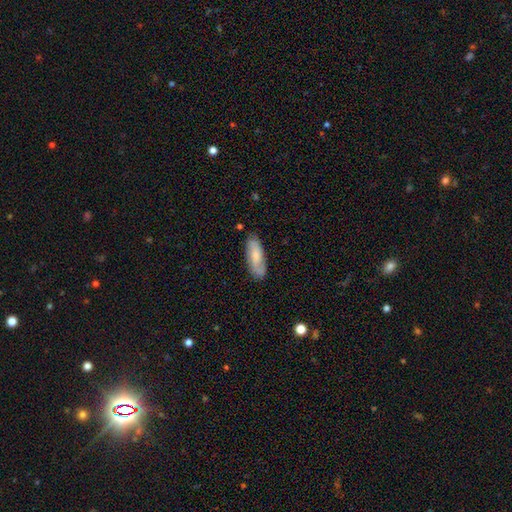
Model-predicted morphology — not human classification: Smooth or featured? smooth (62%)
How rounded? in between (66%)
Merging? none (80%)